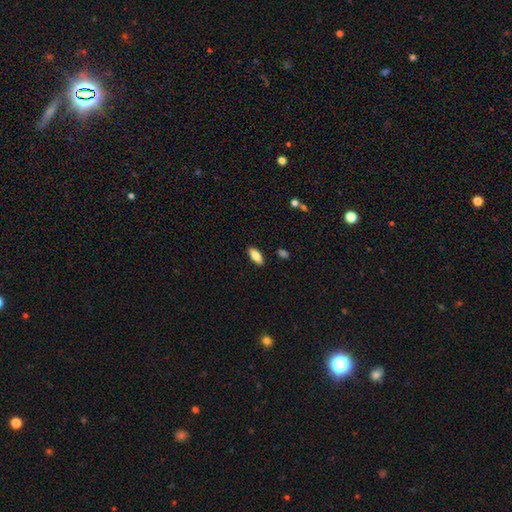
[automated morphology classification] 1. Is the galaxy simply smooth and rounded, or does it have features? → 83% smooth, 11% featured or disk, 7% star or artifact.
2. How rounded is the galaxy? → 82% in between, 16% cigar-shaped, 2% round.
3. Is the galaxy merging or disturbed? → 88% none, 9% minor disturbance, 2% major disturbance, 2% merger.